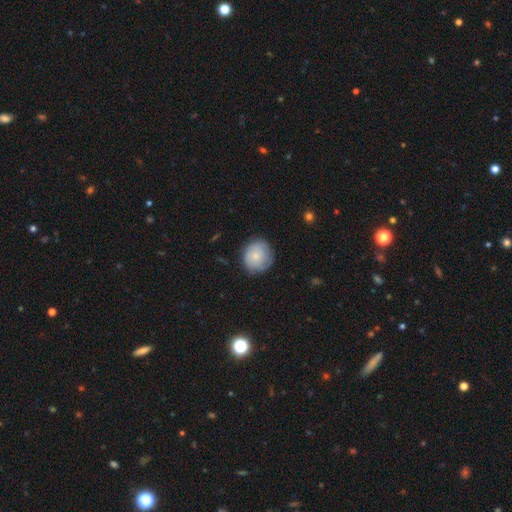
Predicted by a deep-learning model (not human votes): A smooth galaxy with no disk features (69%) that is round (88%).

Vote fractions:
- Smooth or featured? smooth: 69% / featured or disk: 24% / star or artifact: 7%
- How rounded? round: 88% / in between: 11% / cigar-shaped: 1%
- Merging? none: 78% / minor disturbance: 17% / major disturbance: 4% / merger: 1%